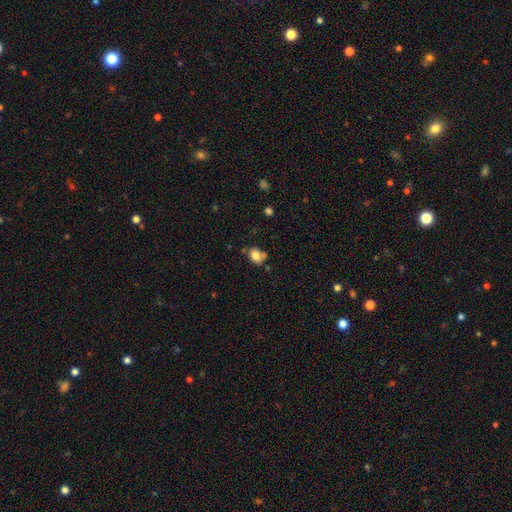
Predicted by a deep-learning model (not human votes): A smooth galaxy with no disk features (81%) that is in between round and cigar-shaped (53%). Merging: none (62%).